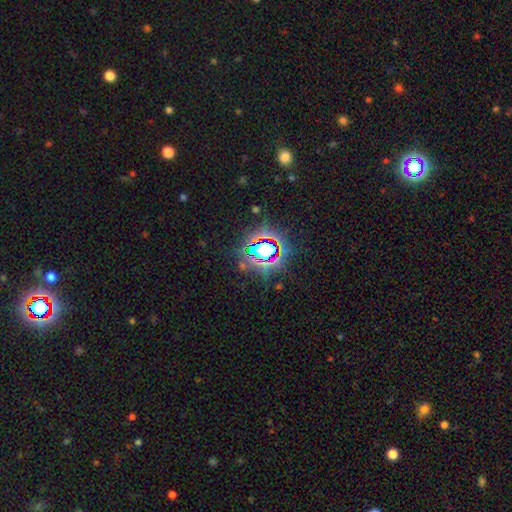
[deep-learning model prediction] The model was most divided on "smooth or featured": star or artifact: 81%, smooth: 11%, featured or disk: 8%.